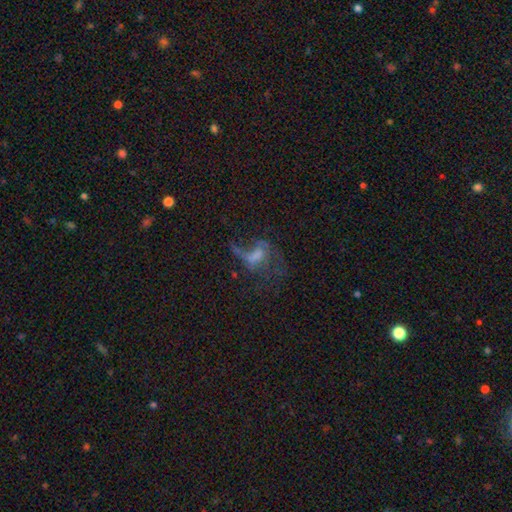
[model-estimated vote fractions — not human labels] smooth-or-featured: featured or disk: 56% | smooth: 25% | star or artifact: 20%
  disk-edge-on: no: 95% | yes: 5%
    bar: no: 55% | weak: 34% | strong: 12%
    has-spiral-arms: yes: 56% | no: 44%
    bulge-size: none: 36% | small: 27% | moderate: 27% | large: 8% | dominant: 2%
  merging: major disturbance: 50% | none: 30% | minor disturbance: 14% | merger: 6%